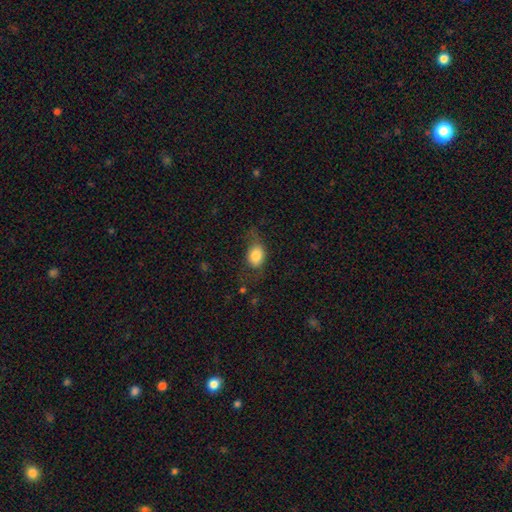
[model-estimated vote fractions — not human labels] Morphology: type=smooth (79%); roundness=in between (69%); merging=none (54%).